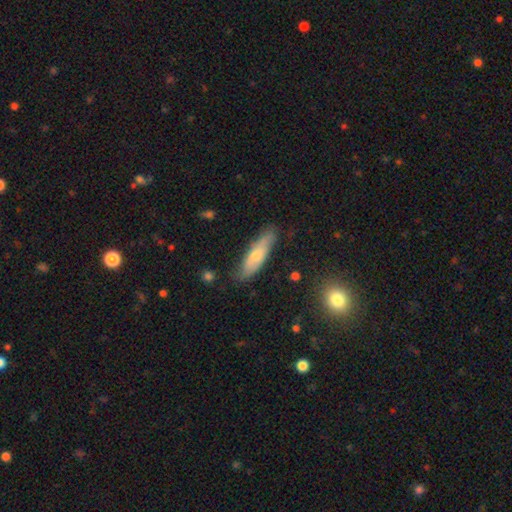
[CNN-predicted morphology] type=smooth (60%); roundness=cigar-shaped (70%); merging=none (80%).